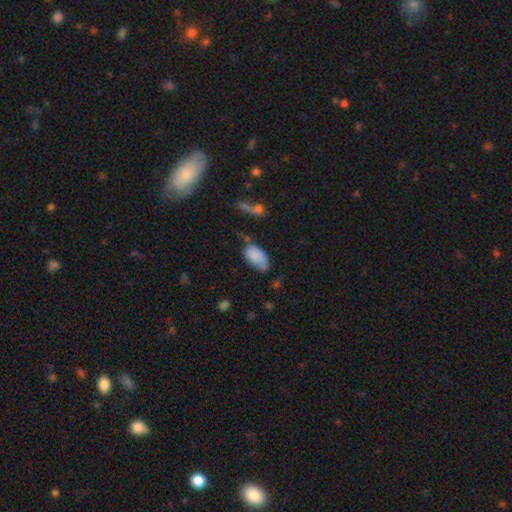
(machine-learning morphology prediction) smooth_or_featured: smooth (p=0.79) [alt: featured or disk p=0.13]
how_rounded: in between (p=0.93) [alt: round p=0.05]
merging: none (p=0.44) [alt: minor disturbance p=0.31]